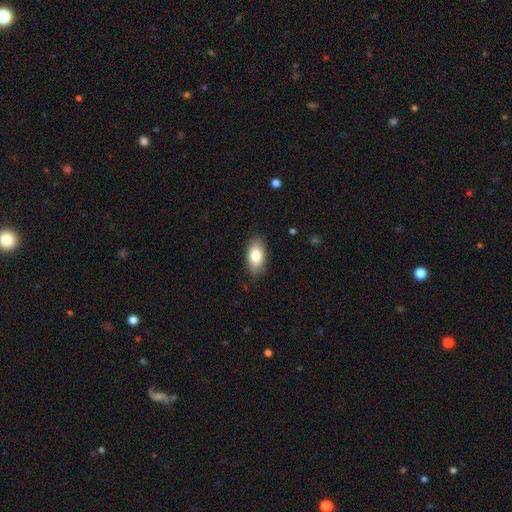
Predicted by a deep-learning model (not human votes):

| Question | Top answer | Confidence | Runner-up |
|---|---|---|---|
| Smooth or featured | smooth | 82% | featured or disk (12%) |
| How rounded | in between | 92% | cigar-shaped (4%) |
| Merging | none | 85% | minor disturbance (12%) |